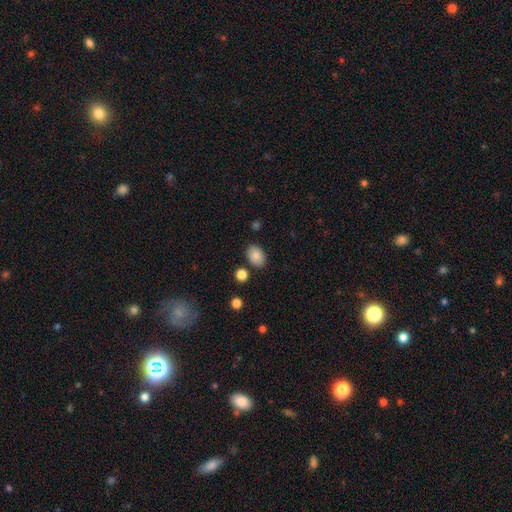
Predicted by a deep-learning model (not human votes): Smooth or featured? Predicted: smooth (p=0.86). How rounded? Predicted: in between (p=0.83). Merging? Predicted: none (p=0.84).